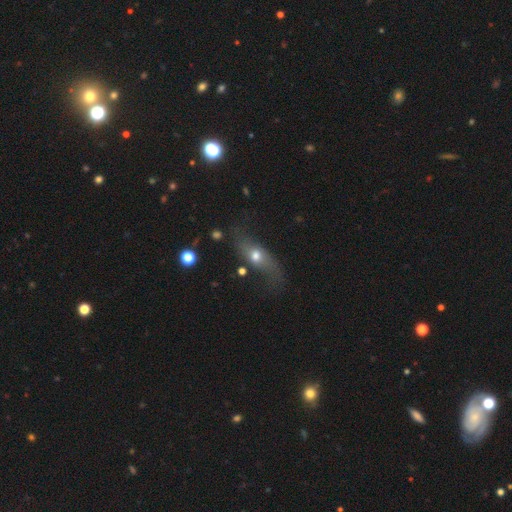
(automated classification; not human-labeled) Morphology: type=smooth (46%); merging=none (55%).